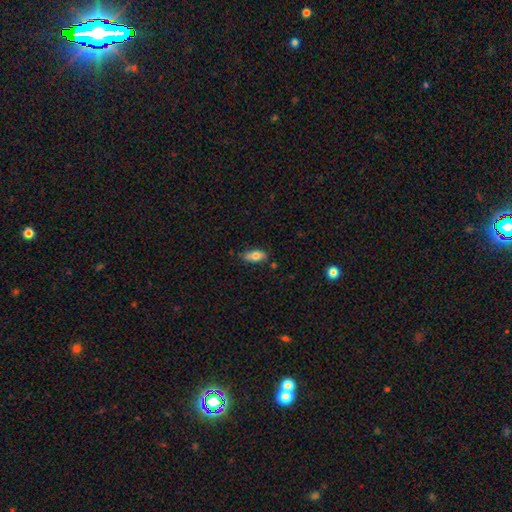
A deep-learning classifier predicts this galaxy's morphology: type=smooth (75%); roundness=in between (86%); merging=none (75%).